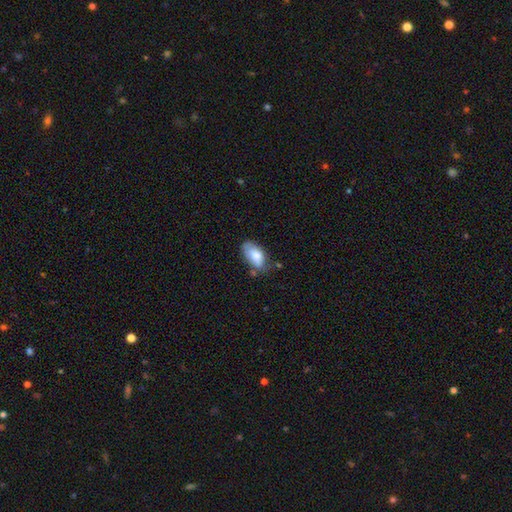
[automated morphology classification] type=smooth (77%); roundness=in between (93%); merging=none (53%).